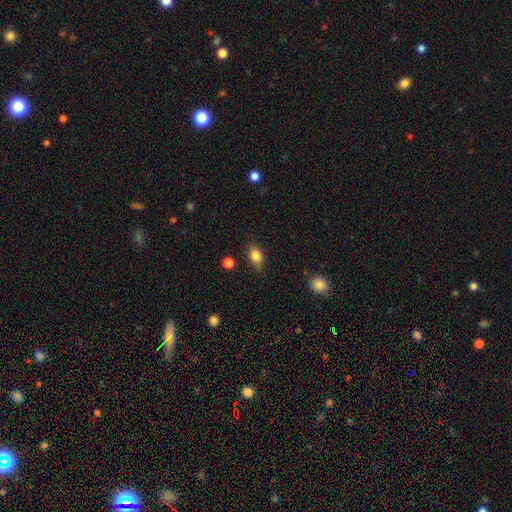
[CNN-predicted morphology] Smooth or featured?
  - smooth: 84% *
  - star or artifact: 9%
  - featured or disk: 7%
How rounded?
  - in between: 79% *
  - round: 18%
  - cigar-shaped: 3%
Merging?
  - none: 75% *
  - minor disturbance: 20%
  - major disturbance: 4%
  - merger: 2%